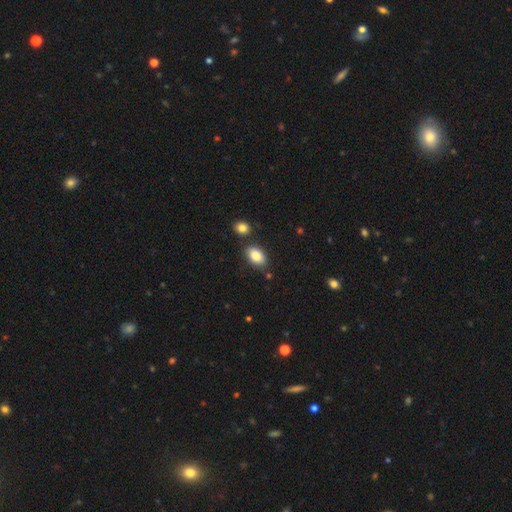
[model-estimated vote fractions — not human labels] Smooth or featured: smooth — 86% (star or artifact — 7%)
How rounded: in between — 90% (round — 8%)
Merging: none — 77% (minor disturbance — 13%)